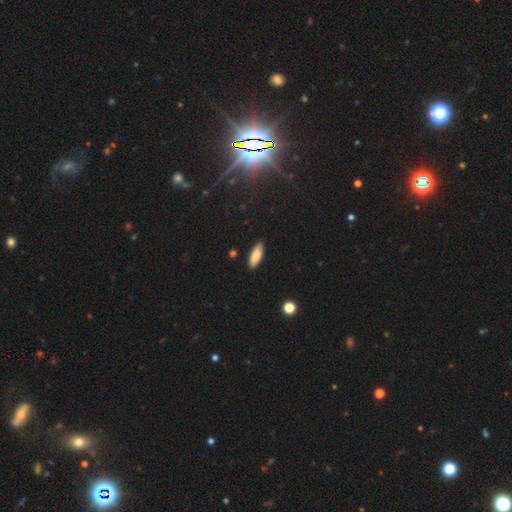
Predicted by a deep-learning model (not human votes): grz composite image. It shows a smooth galaxy with no disk features (82%) that is in between round and cigar-shaped (70%). Merging: none (88%).